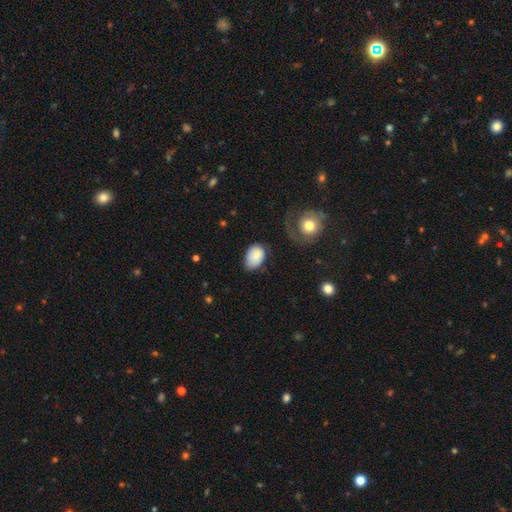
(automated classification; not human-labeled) smooth 80%, featured or disk 13%, star or artifact 7%. Down the decision tree: how rounded — in between (78%); merging — none (51%).